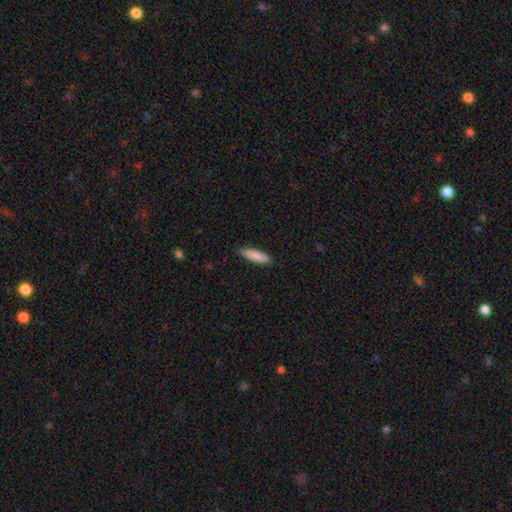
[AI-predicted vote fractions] Q: Smooth or featured?
A: smooth (88%); runner-up: featured or disk (6%)
Q: How rounded?
A: cigar-shaped (64%); runner-up: in between (35%)
Q: Merging?
A: none (87%); runner-up: minor disturbance (10%)